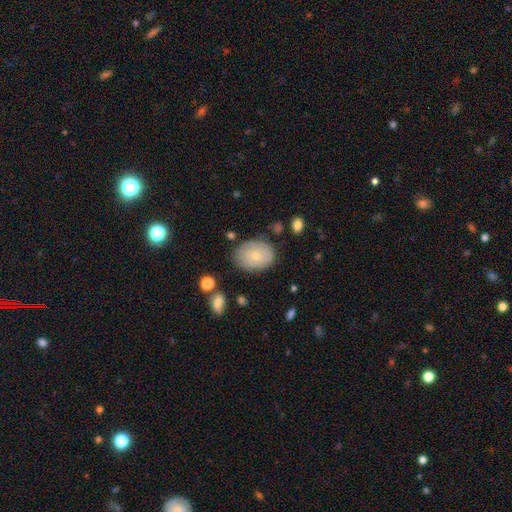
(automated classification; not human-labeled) smooth_or_featured: smooth (p=0.66) [alt: featured or disk p=0.27]
how_rounded: in between (p=0.74) [alt: round p=0.25]
merging: none (p=0.74) [alt: minor disturbance p=0.19]